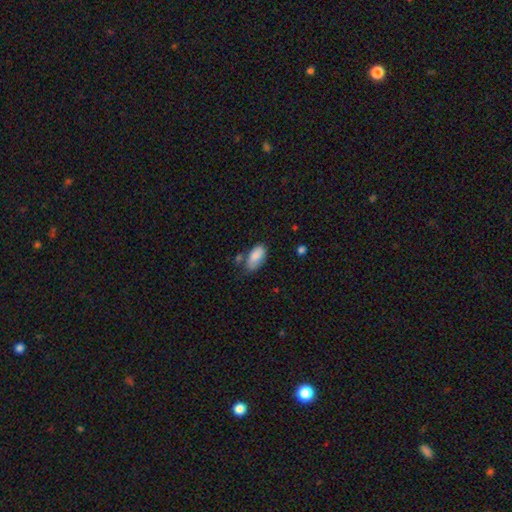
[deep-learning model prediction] Smooth or featured? Predicted: smooth (p=0.84). How rounded? Predicted: in between (p=0.93). Merging? Predicted: none (p=0.55).